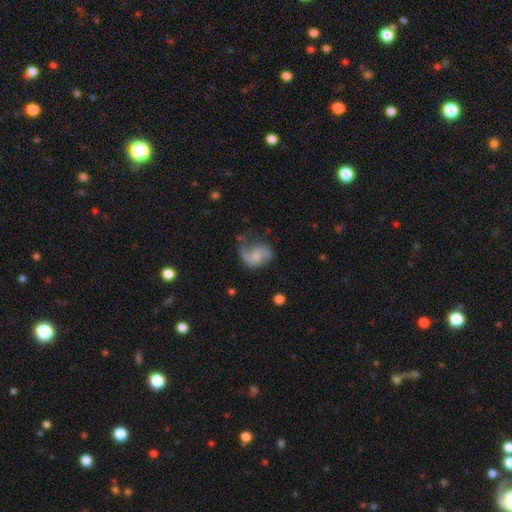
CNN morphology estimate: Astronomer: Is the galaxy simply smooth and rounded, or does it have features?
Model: featured or disk — 71%.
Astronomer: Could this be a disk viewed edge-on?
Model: no — 98%.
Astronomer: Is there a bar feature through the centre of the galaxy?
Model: no — 63%.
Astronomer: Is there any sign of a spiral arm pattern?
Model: yes — 91%.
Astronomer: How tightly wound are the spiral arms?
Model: loose — 50% (runner-up: medium, 39%).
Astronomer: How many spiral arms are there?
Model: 2 — 78%.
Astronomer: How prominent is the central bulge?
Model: small — 41% (runner-up: moderate, 32%).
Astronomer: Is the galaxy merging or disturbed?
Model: none — 45% (runner-up: minor disturbance, 27%).